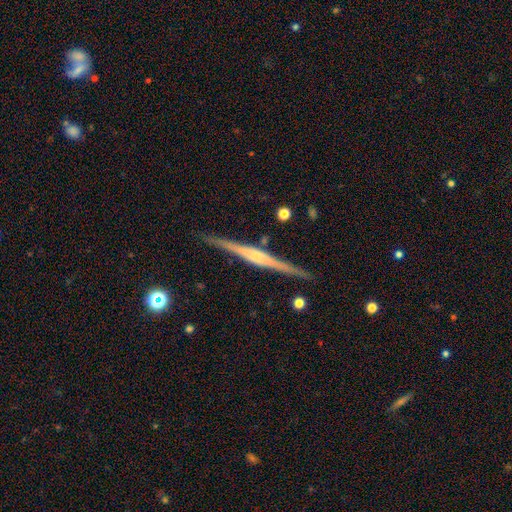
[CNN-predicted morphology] A featured or disk galaxy (82%) viewed edge-on (98%) with a rounded central bulge (62%).

Vote fractions:
- Smooth or featured? featured or disk: 82% / smooth: 12% / star or artifact: 5%
- Edge-on disk? yes: 98% / no: 2%
- Edge-on bulge? rounded: 62% / boxy: 26% / none: 11%
- Merging? none: 89% / minor disturbance: 8% / merger: 2% / major disturbance: 2%